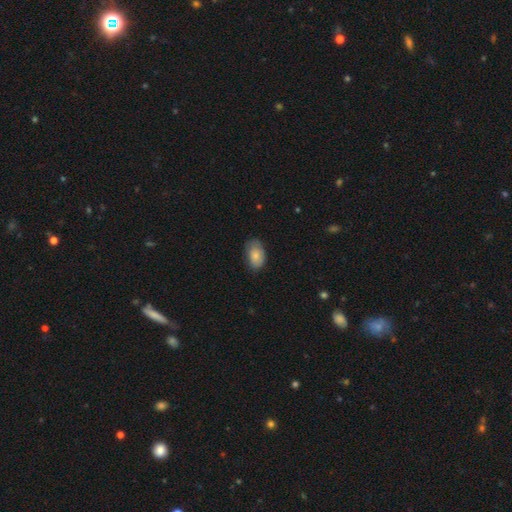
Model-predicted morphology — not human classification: Smooth or featured?
  - smooth: 81% *
  - featured or disk: 12%
  - star or artifact: 7%
How rounded?
  - in between: 91% *
  - round: 8%
  - cigar-shaped: 1%
Merging?
  - none: 70% *
  - minor disturbance: 24%
  - major disturbance: 5%
  - merger: 1%